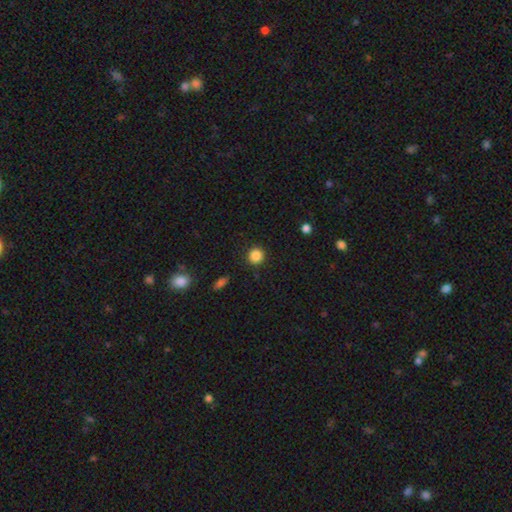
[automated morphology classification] A smooth galaxy with no disk features (86%) that is round (93%). Merging: none (91%).